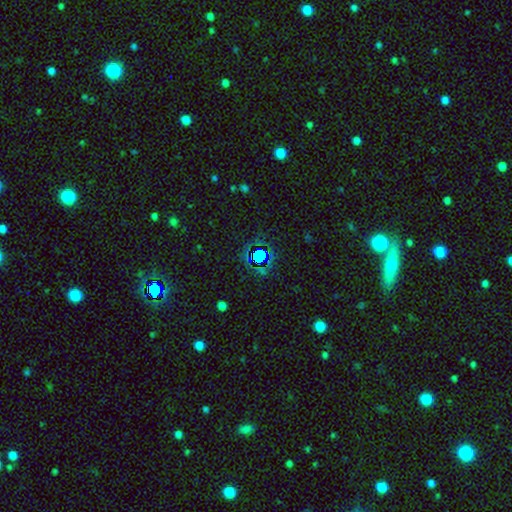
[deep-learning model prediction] The model was most divided on "smooth or featured": star or artifact: 73%, smooth: 18%, featured or disk: 9%.